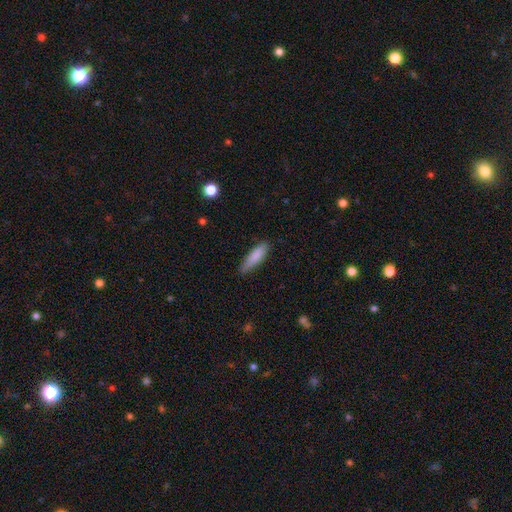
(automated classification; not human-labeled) Smooth or featured: smooth — 83% (featured or disk — 11%)
How rounded: cigar-shaped — 68% (in between — 31%)
Merging: none — 81% (minor disturbance — 15%)